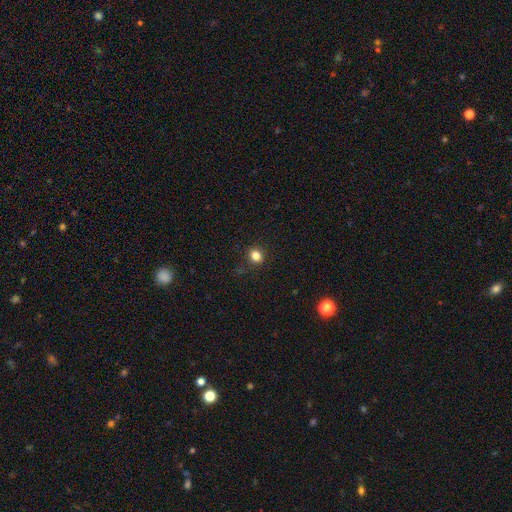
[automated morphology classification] A smooth galaxy with no disk features (82%) that is round (82%).

Vote fractions:
- Smooth or featured? smooth: 82% / star or artifact: 14% / featured or disk: 5%
- How rounded? round: 82% / in between: 17% / cigar-shaped: 1%
- Merging? none: 88% / minor disturbance: 8% / major disturbance: 2% / merger: 1%